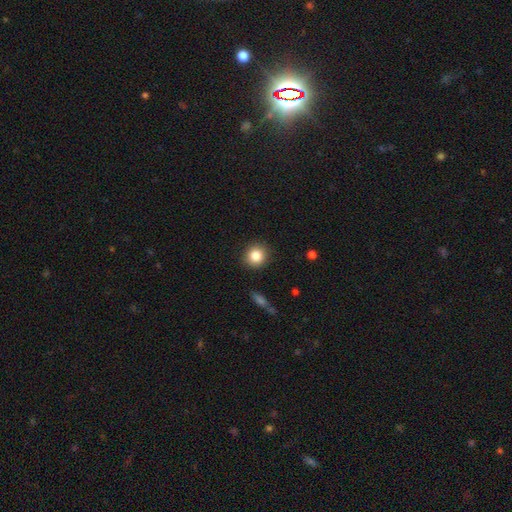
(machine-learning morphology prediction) Smooth or featured? Predicted: smooth (p=0.85). How rounded? Predicted: round (p=0.87). Merging? Predicted: none (p=0.89).